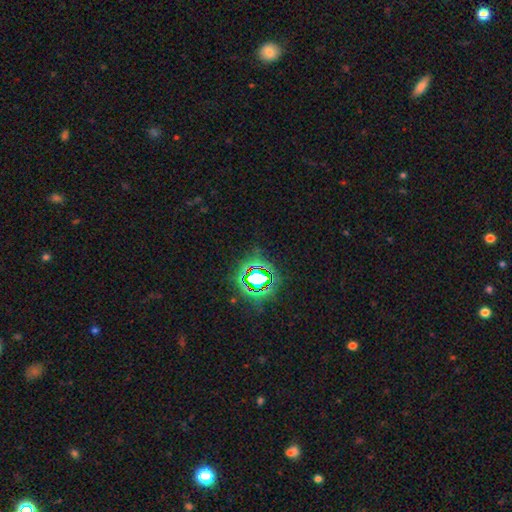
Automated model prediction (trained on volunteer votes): The model was most divided on "smooth or featured": star or artifact: 79%, smooth: 12%, featured or disk: 8%.